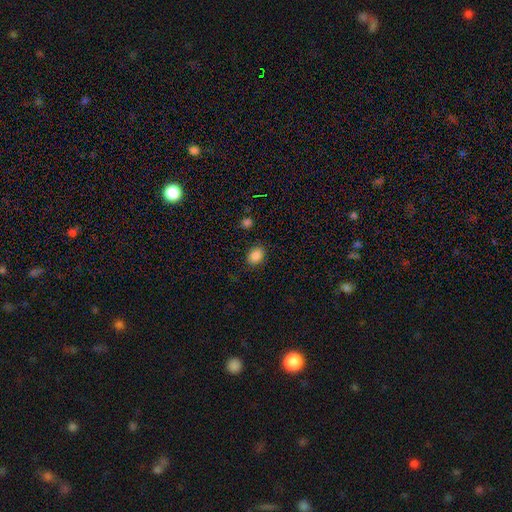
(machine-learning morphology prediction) smooth-or-featured: smooth: 87% | star or artifact: 10% | featured or disk: 3%
  how-rounded: in between: 61% | round: 38% | cigar-shaped: 1%
  merging: none: 84% | minor disturbance: 11% | major disturbance: 3% | merger: 2%